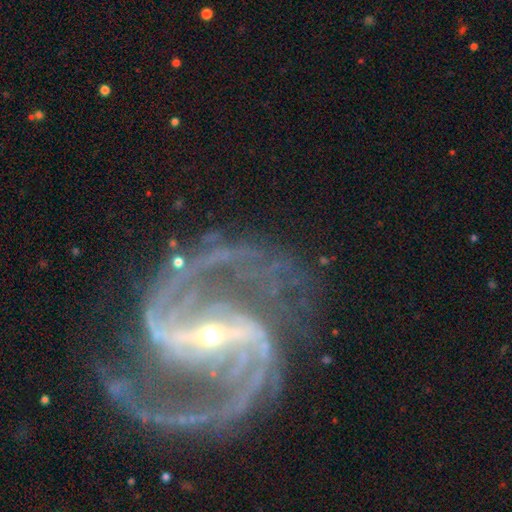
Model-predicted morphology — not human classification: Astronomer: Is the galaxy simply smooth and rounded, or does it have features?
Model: featured or disk — 94%.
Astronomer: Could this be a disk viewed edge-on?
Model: no — 98%.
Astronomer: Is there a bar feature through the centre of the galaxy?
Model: strong — 75%.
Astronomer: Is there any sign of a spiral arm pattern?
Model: yes — 99%.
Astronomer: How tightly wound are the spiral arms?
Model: medium — 57%.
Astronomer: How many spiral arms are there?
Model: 2 — 80%.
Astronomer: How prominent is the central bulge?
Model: small — 76%.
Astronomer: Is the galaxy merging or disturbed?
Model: none — 70%.